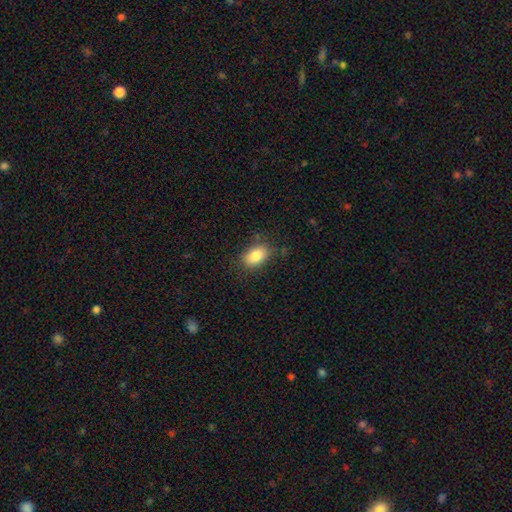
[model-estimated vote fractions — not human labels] This is clearly a smooth galaxy (84%). How rounded: clearly in between (88%). Merging: clearly none (80%).